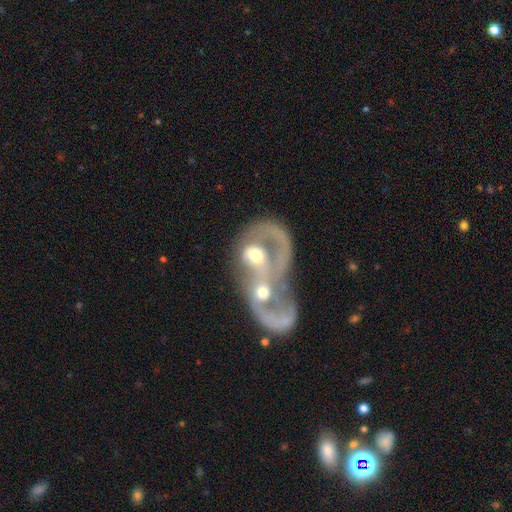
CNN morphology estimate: Smooth or featured? Predicted: featured or disk (p=0.65). Edge-on disk? Predicted: no (p=0.97). Bar? Predicted: no (p=0.71). Spiral arms? Predicted: yes (p=0.52). Bulge size? Predicted: moderate (p=0.66). Merging? Predicted: merger (p=0.82).